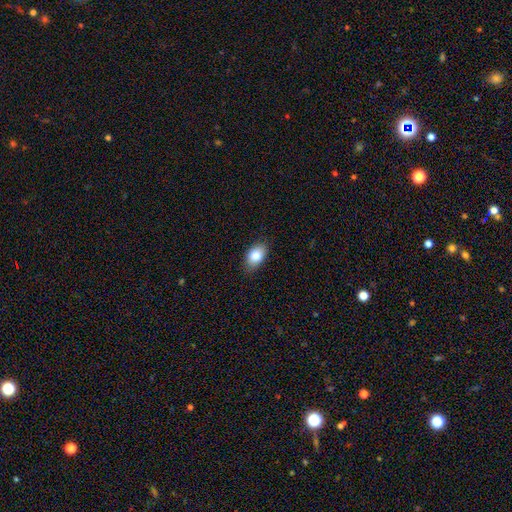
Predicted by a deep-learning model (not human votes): This is clearly a smooth galaxy (85%). How rounded: clearly in between (89%). Merging: clearly none (82%).